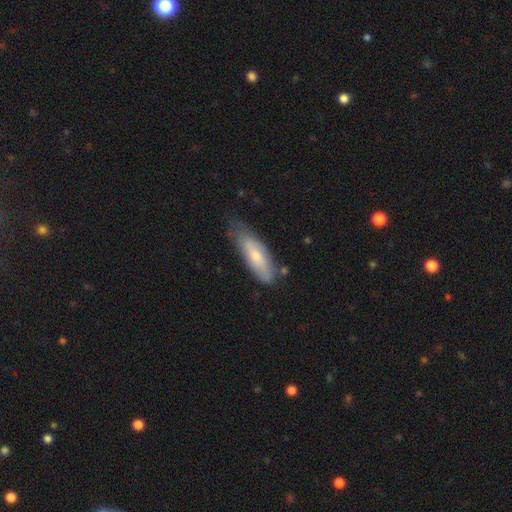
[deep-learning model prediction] Smooth or featured? smooth (65%)
How rounded? in between (52%)
Merging? none (54%)